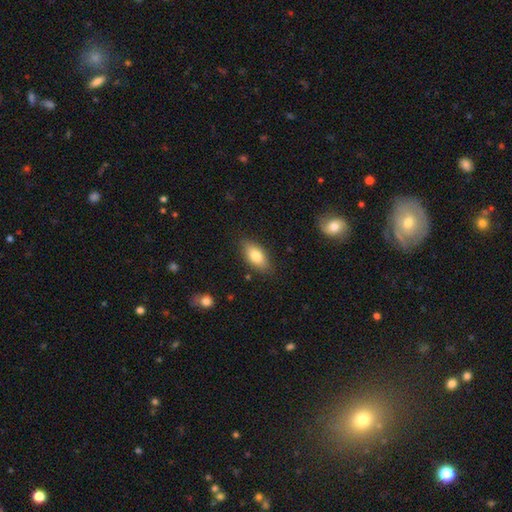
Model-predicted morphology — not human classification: type=smooth (79%); roundness=in between (87%); merging=none (84%).